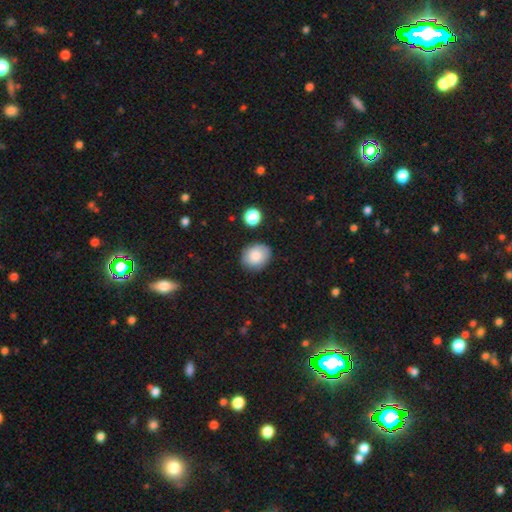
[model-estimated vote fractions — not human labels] Q: Smooth or featured?
A: smooth (84%); runner-up: featured or disk (9%)
Q: How rounded?
A: round (53%); runner-up: in between (46%)
Q: Merging?
A: none (82%); runner-up: minor disturbance (13%)